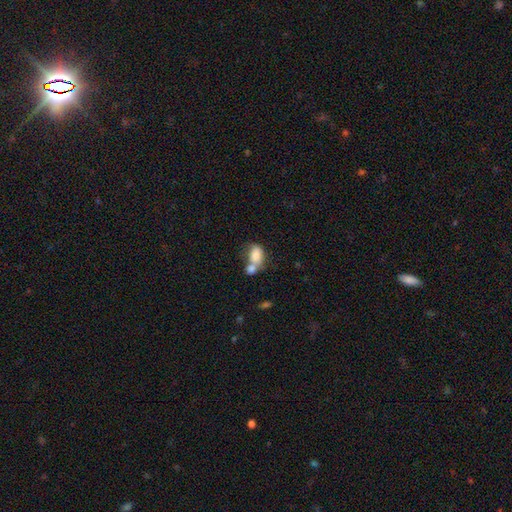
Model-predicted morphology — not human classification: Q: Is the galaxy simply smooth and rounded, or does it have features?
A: smooth — 76%.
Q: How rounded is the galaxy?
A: in between — 83%.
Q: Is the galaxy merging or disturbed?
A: merger — 62%.